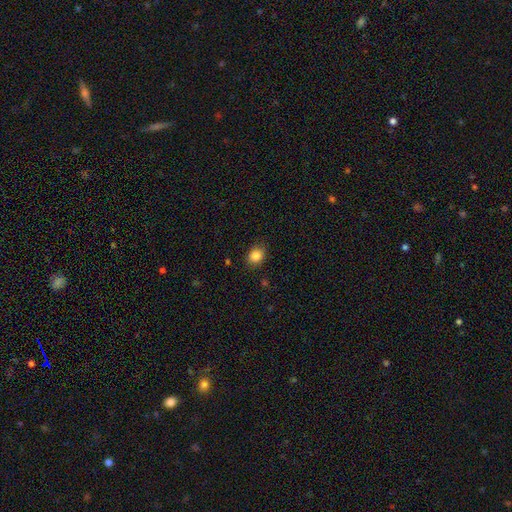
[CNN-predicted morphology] Overall: smooth (85%). How rounded: round (57%; in between 42%). Merging: none (85%).